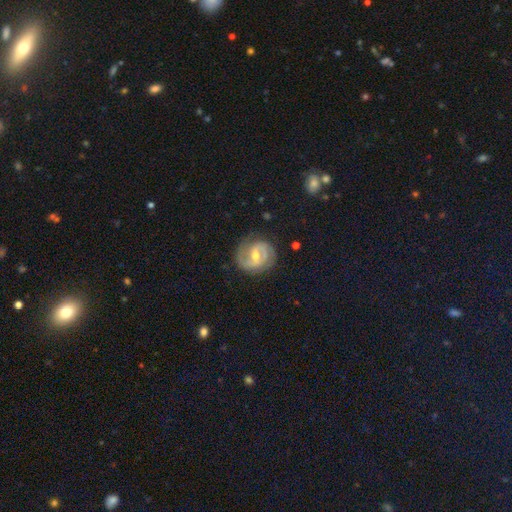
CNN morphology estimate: featured or disk 83%, smooth 12%, star or artifact 5%. Down the decision tree: edge-on disk — no (98%); bar — weak (54%); spiral arms — yes (93%); spiral arm count — 2 (80%); spiral winding — tight (48%); bulge size — moderate (67%); merging — none (78%).